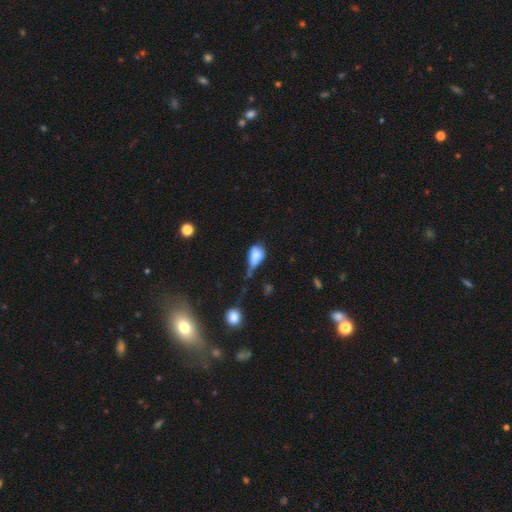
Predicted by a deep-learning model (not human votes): smooth 72%, featured or disk 18%, star or artifact 10%. Down the decision tree: how rounded — in between (76%); merging — minor disturbance (35%).